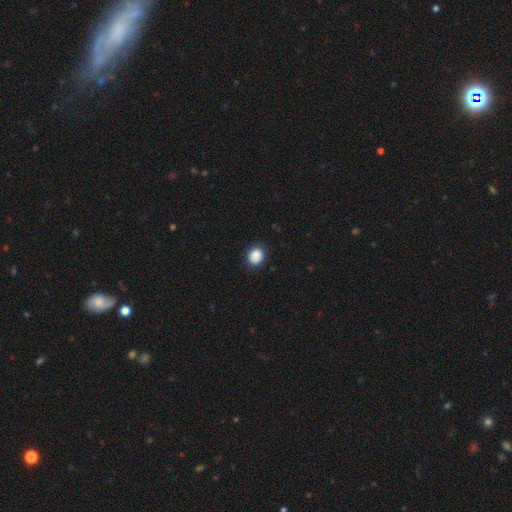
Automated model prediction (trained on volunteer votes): Morphology: type=smooth (88%); roundness=round (69%); merging=none (85%).